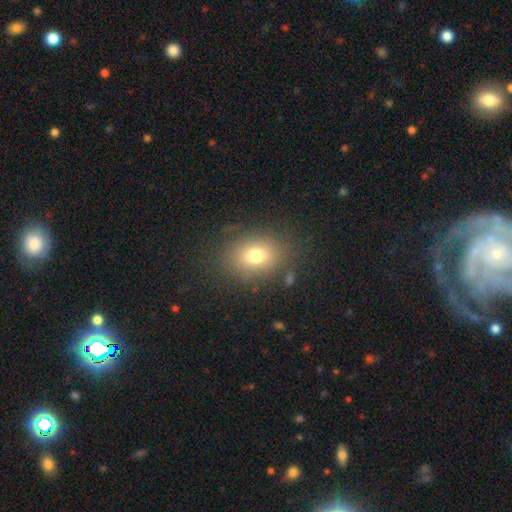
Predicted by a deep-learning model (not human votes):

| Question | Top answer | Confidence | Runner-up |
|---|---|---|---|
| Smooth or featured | smooth | 74% | star or artifact (14%) |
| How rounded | in between | 54% | round (45%) |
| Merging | none | 82% | minor disturbance (11%) |